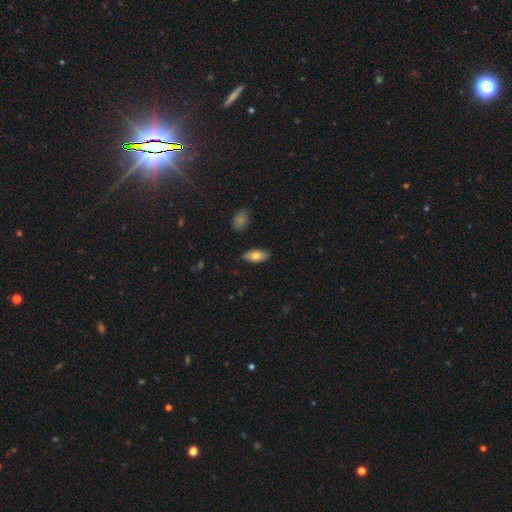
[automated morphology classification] Smooth or featured? Predicted: smooth (p=0.78). How rounded? Predicted: in between (p=0.90). Merging? Predicted: none (p=0.86).